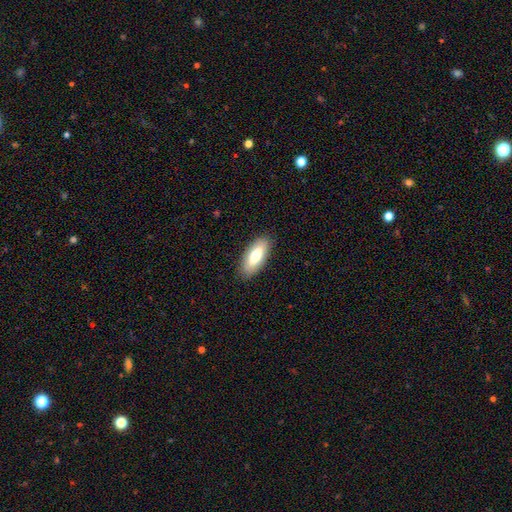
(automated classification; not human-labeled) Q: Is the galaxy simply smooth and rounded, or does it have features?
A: smooth — 67%.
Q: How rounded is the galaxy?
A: in between — 78%.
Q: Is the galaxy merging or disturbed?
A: none — 88%.